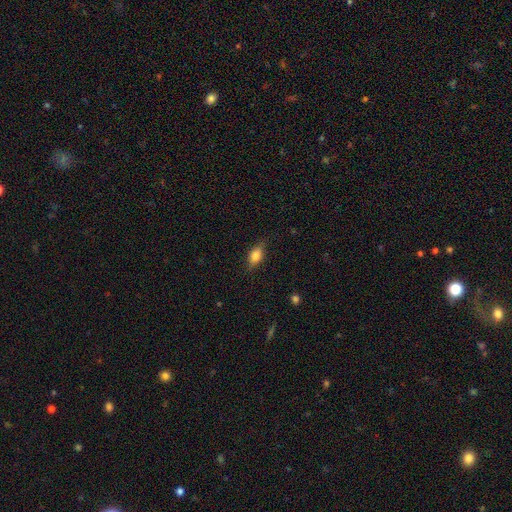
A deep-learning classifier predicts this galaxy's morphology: smooth_or_featured: smooth (p=0.74) [alt: featured or disk p=0.18]
how_rounded: in between (p=0.80) [alt: cigar-shaped p=0.12]
merging: none (p=0.80) [alt: minor disturbance p=0.15]